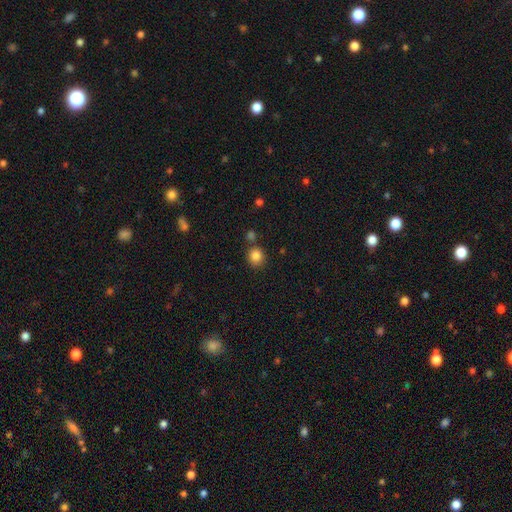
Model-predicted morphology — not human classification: A smooth galaxy with no disk features (85%) that is round (83%).

Vote fractions:
- Smooth or featured? smooth: 85% / star or artifact: 11% / featured or disk: 5%
- How rounded? round: 83% / in between: 16% / cigar-shaped: 1%
- Merging? none: 77% / merger: 10% / minor disturbance: 10% / major disturbance: 3%